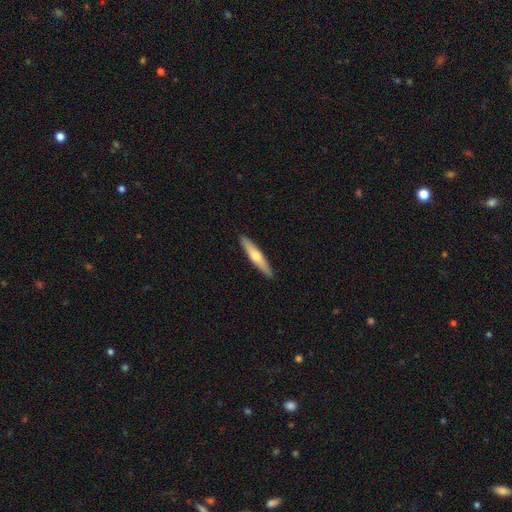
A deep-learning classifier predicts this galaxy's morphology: Smooth or featured: smooth — 51% (featured or disk — 44%)
How rounded: cigar-shaped — 86% (in between — 12%)
Merging: none — 91% (minor disturbance — 6%)